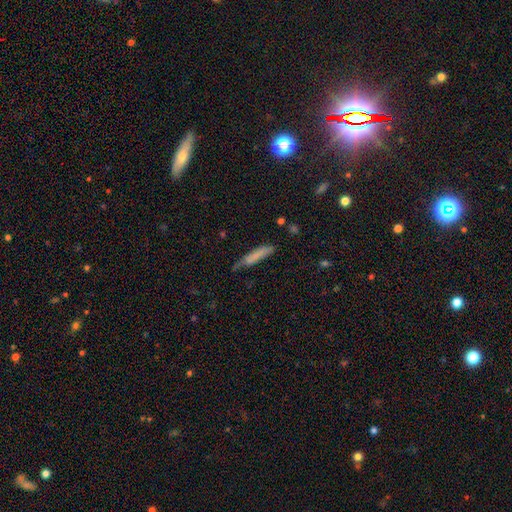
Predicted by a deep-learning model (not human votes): Morphology: type=smooth (72%); roundness=cigar-shaped (83%); merging=none (52%).